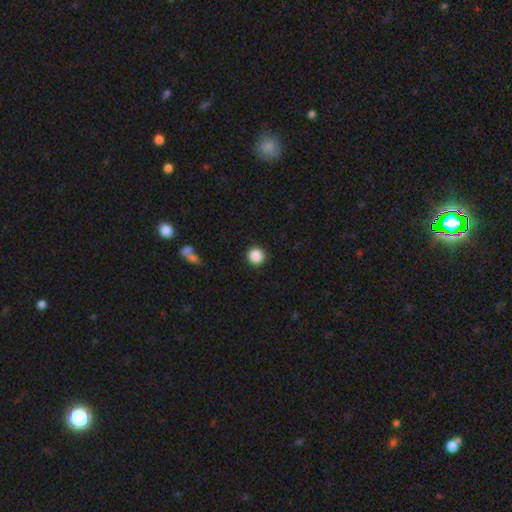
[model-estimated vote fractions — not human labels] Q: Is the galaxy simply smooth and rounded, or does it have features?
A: smooth — 88%.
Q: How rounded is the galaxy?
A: round — 94%.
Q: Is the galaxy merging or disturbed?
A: none — 91%.